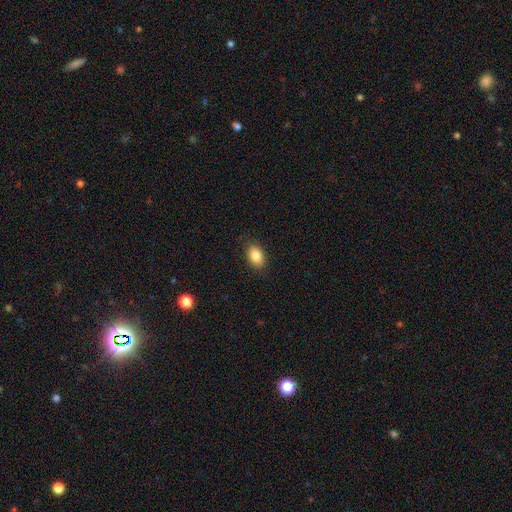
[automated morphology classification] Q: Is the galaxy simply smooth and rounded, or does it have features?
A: smooth — 85%.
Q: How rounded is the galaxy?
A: in between — 87%.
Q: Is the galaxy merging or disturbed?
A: none — 88%.